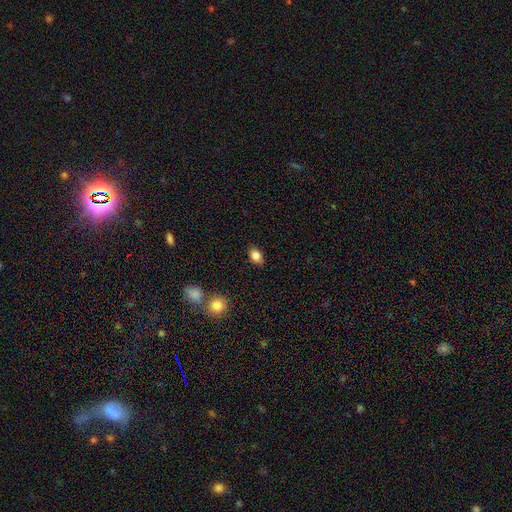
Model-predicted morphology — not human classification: This appears to be a smooth galaxy with no disk features (84%) that is in between round and cigar-shaped (82%). Merging: none (84%).